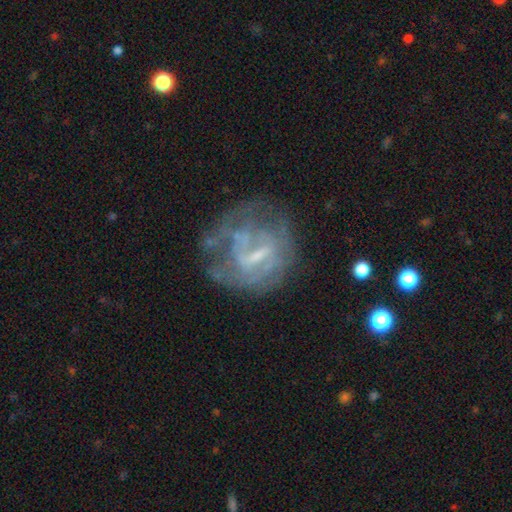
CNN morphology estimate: smooth-or-featured: featured or disk: 72% | smooth: 17% | star or artifact: 11%
  disk-edge-on: no: 97% | yes: 3%
    bar: weak: 48% | no: 27% | strong: 24%
    has-spiral-arms: no: 52% | yes: 48%
    bulge-size: small: 43% | none: 32% | moderate: 22% | large: 2% | dominant: 1%
  merging: none: 49% | major disturbance: 26% | minor disturbance: 21% | merger: 4%